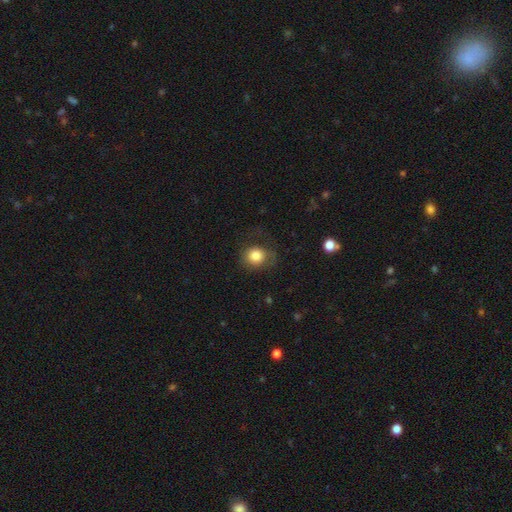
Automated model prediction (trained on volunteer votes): Smooth or featured? Predicted: smooth (p=0.82). How rounded? Predicted: round (p=0.80). Merging? Predicted: none (p=0.66).